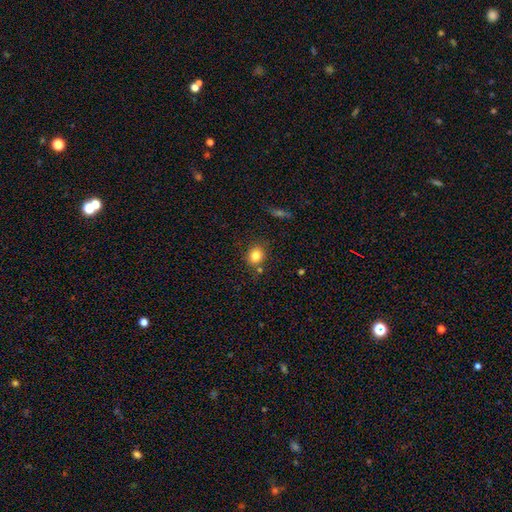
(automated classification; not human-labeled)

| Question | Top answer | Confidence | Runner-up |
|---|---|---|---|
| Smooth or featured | smooth | 82% | star or artifact (11%) |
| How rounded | round | 76% | in between (23%) |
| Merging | none | 77% | minor disturbance (12%) |